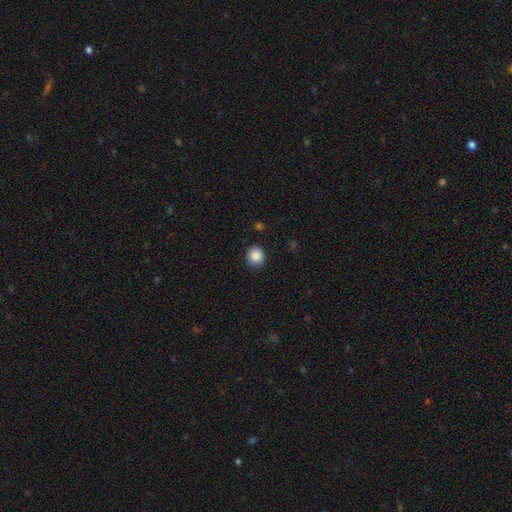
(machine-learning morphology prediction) type=smooth (88%); roundness=round (84%); merging=none (88%).